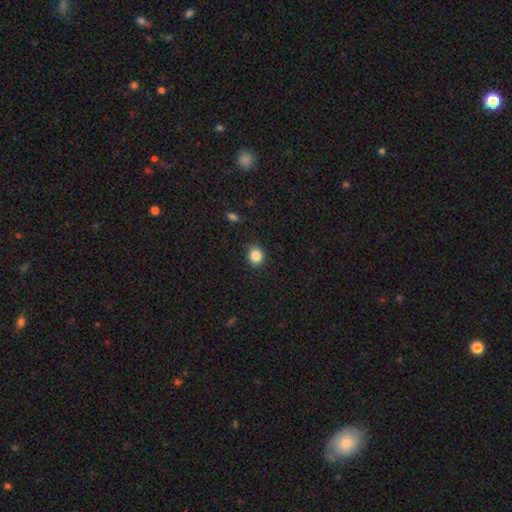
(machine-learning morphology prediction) Smooth or featured? smooth (85%)
How rounded? round (82%)
Merging? none (88%)